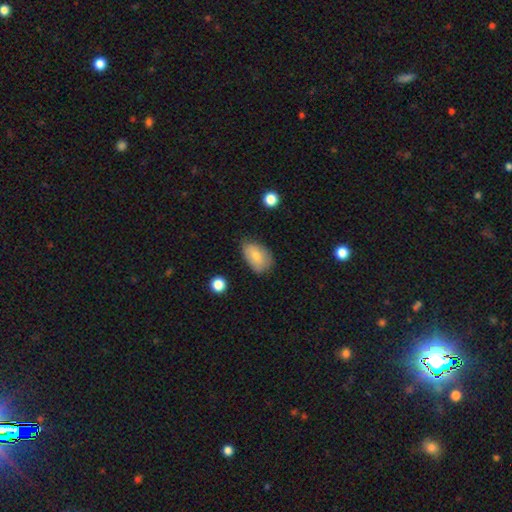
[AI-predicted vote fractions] Overall: smooth (72%). How rounded: in between (87%). Merging: none (61%; minor disturbance 32%).